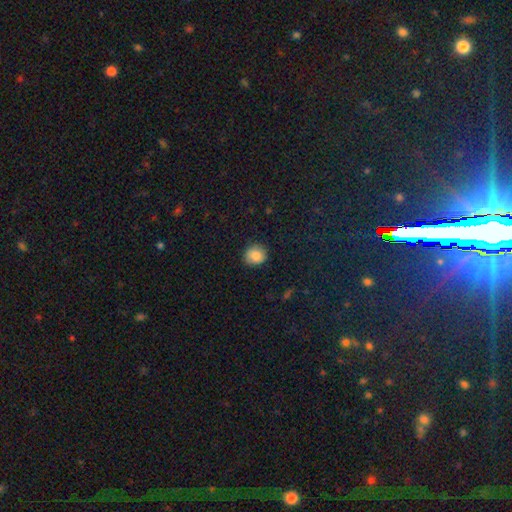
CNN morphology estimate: A smooth galaxy with no disk features (85%) that is round (81%). Merging: none (85%).